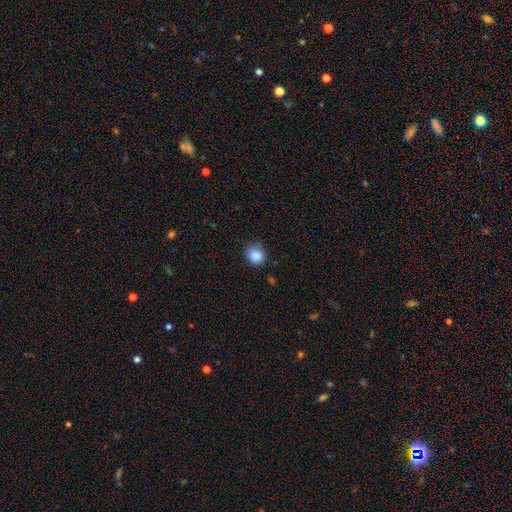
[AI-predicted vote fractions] Q: Smooth or featured?
A: smooth (87%); runner-up: star or artifact (10%)
Q: How rounded?
A: round (78%); runner-up: in between (21%)
Q: Merging?
A: none (74%); runner-up: minor disturbance (20%)